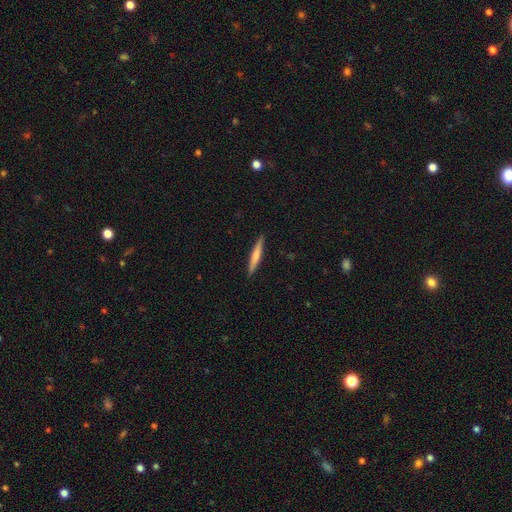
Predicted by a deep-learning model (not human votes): A smooth galaxy with no disk features (61%) that is cigar-shaped (95%). Merging: none (91%).